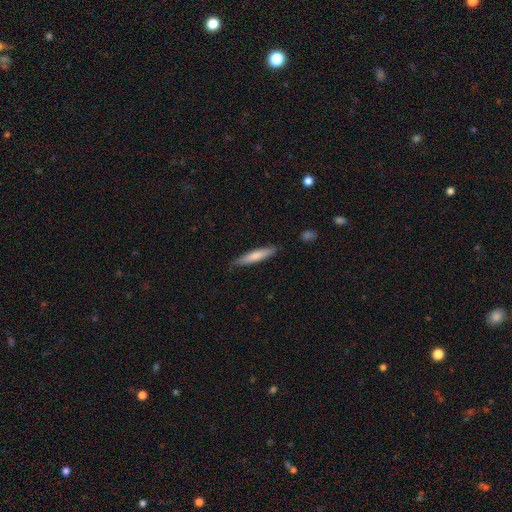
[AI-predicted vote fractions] smooth-or-featured: smooth: 72% | featured or disk: 22% | star or artifact: 5%
  how-rounded: cigar-shaped: 89% | in between: 10% | round: 1%
  merging: none: 85% | minor disturbance: 12% | major disturbance: 2% | merger: 1%